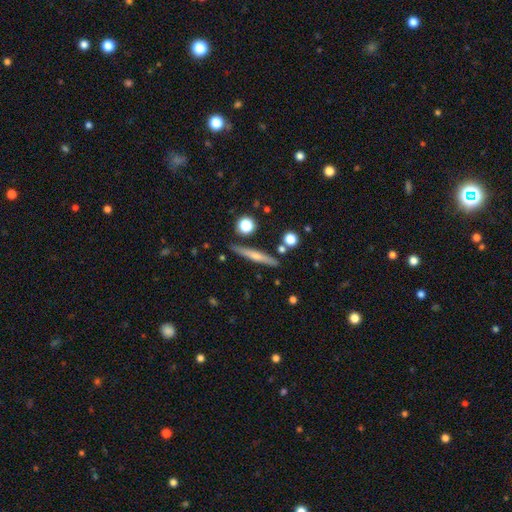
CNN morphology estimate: The model was most divided on "smooth or featured" (2-way tie): smooth: 46%, featured or disk: 46%, star or artifact: 7%. More confident: merging — none (86%).